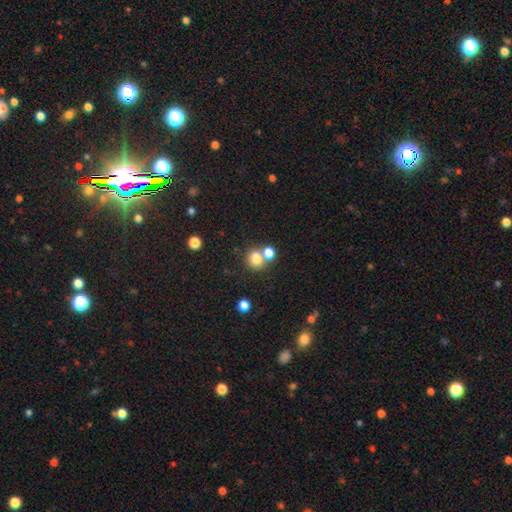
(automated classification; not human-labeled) A smooth galaxy with no disk features (79%) that is round (65%).

Vote fractions:
- Smooth or featured? smooth: 79% / star or artifact: 12% / featured or disk: 9%
- How rounded? round: 65% / in between: 34% / cigar-shaped: 1%
- Merging? none: 45% / merger: 42% / minor disturbance: 9% / major disturbance: 4%